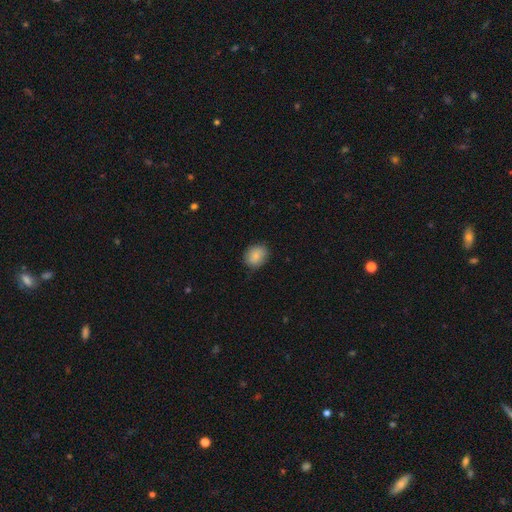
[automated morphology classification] Smooth or featured? Predicted: smooth (p=0.84). How rounded? Predicted: round (p=0.52). Merging? Predicted: none (p=0.81).